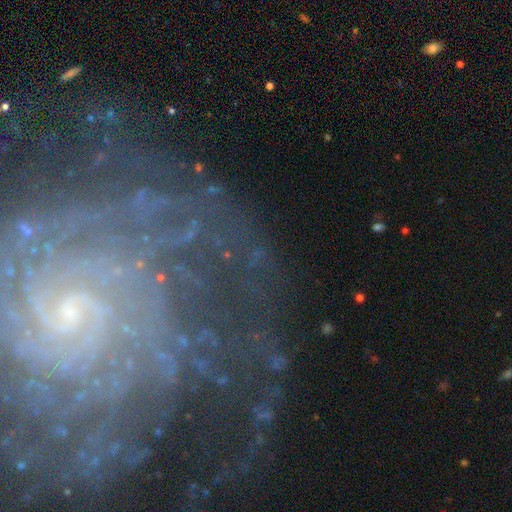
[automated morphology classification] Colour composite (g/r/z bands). It shows a featured or disk galaxy (68%) with no bar (48%), tight (71%) spiral arms (87%) and a small central bulge (62%). Merging: none (70%).